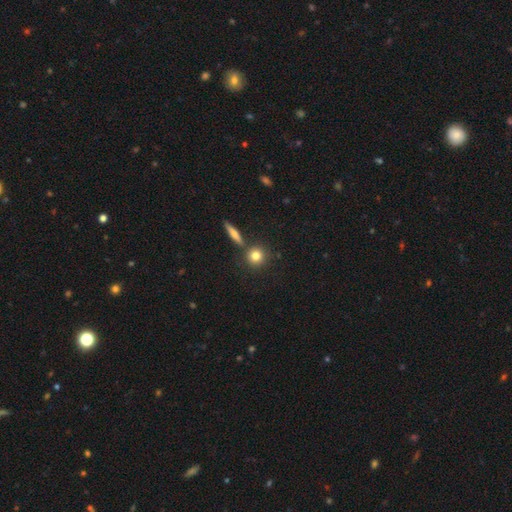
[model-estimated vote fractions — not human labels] smooth-or-featured: smooth: 78% | featured or disk: 12% | star or artifact: 10%
  how-rounded: round: 89% | in between: 8% | cigar-shaped: 3%
  merging: none: 79% | merger: 10% | minor disturbance: 8% | major disturbance: 2%